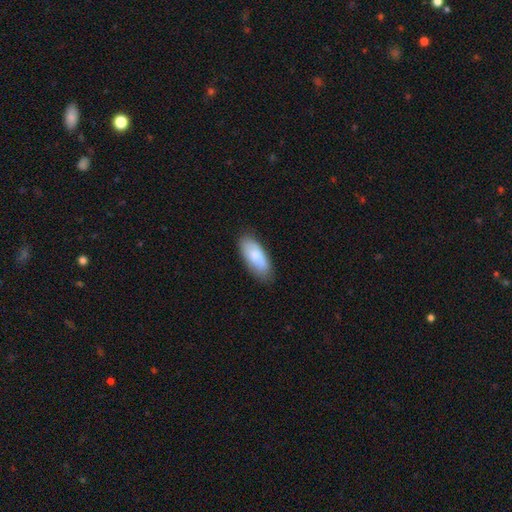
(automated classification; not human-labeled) Smooth or featured?
  - smooth: 82% *
  - featured or disk: 12%
  - star or artifact: 6%
How rounded?
  - in between: 84% *
  - cigar-shaped: 15%
  - round: 2%
Merging?
  - none: 79% *
  - minor disturbance: 16%
  - major disturbance: 3%
  - merger: 1%